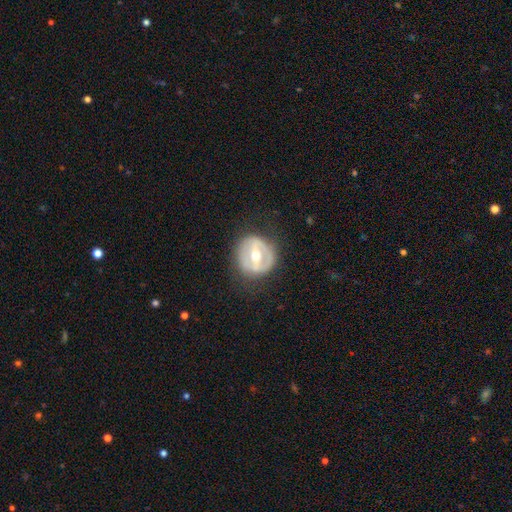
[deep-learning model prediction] This is likely a featured or disk galaxy (68%). It is clearly not viewed edge-on (94%). Bar: possibly strong (52%). Spiral arm pattern: likely no (74%). Central bulge: likely moderate (76%). Merging: likely none (77%).